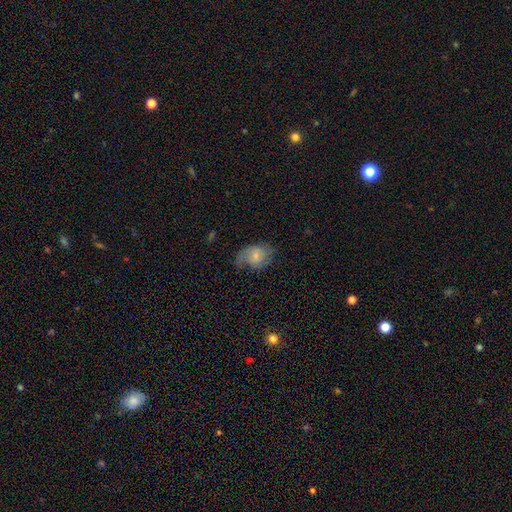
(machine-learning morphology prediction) Smooth or featured?
  - smooth: 62% *
  - featured or disk: 30%
  - star or artifact: 8%
How rounded?
  - in between: 67% *
  - round: 32%
  - cigar-shaped: 1%
Merging?
  - none: 48% *
  - minor disturbance: 31%
  - major disturbance: 19%
  - merger: 2%